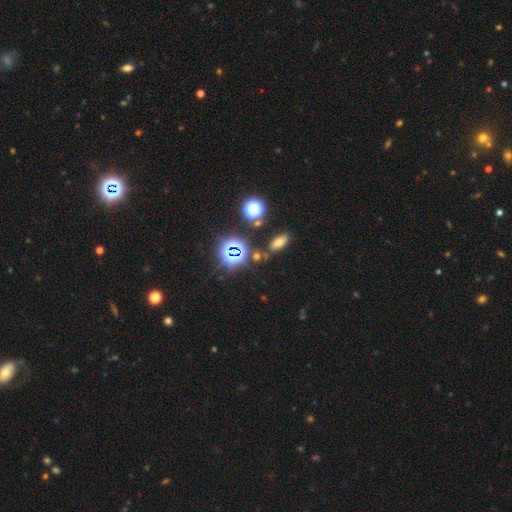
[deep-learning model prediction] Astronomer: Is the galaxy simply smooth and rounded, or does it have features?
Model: star or artifact — 54% (runner-up: smooth, 34%).